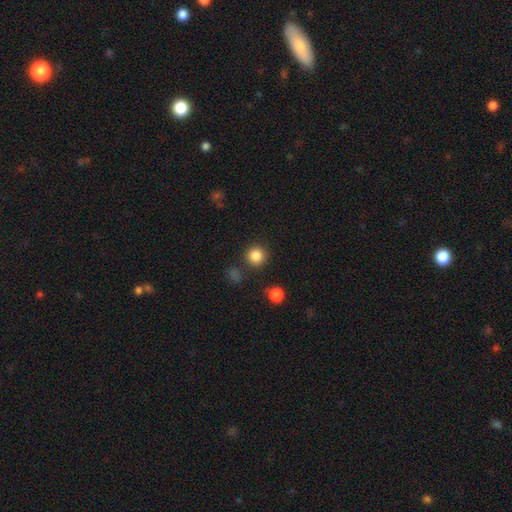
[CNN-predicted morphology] Smooth or featured? Predicted: smooth (p=0.84). How rounded? Predicted: round (p=0.94). Merging? Predicted: none (p=0.86).